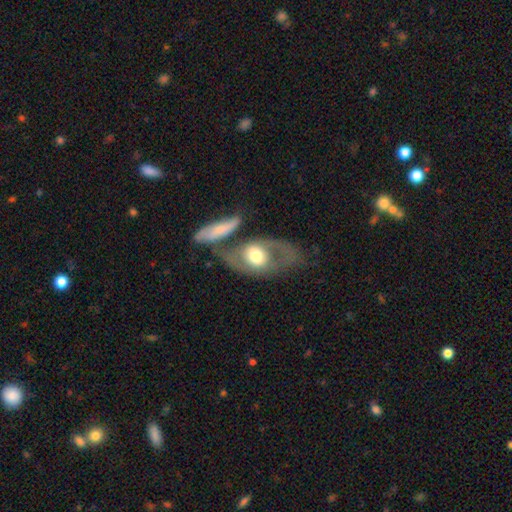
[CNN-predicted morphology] smooth_or_featured: featured or disk (p=0.61) [alt: smooth p=0.33]
disk_edge_on: no (p=0.89) [alt: yes p=0.11]
bar: no (p=0.68) [alt: weak p=0.23]
has_spiral_arms: yes (p=0.62) [alt: no p=0.38]
bulge_size: moderate (p=0.58) [alt: large p=0.27]
merging: none (p=0.39) [alt: merger p=0.27]